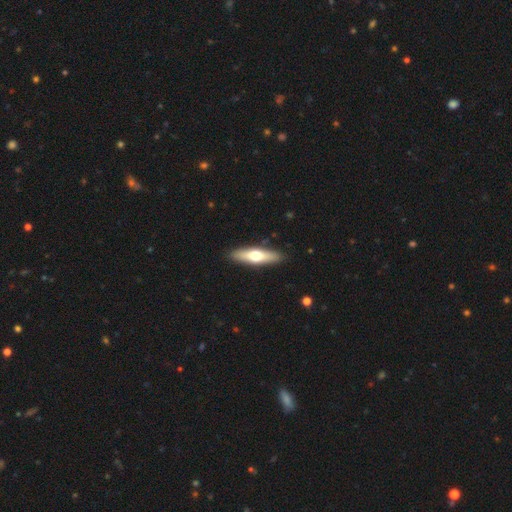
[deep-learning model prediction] This appears to be a smooth galaxy with no disk features (55%) that is cigar-shaped (69%). Merging: none (90%).